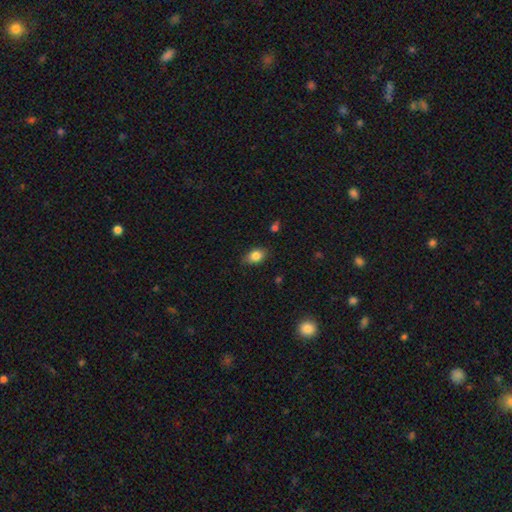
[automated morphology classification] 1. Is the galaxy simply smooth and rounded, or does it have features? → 85% smooth, 9% star or artifact, 7% featured or disk.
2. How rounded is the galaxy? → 79% in between, 19% round, 2% cigar-shaped.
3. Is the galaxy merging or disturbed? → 80% none, 16% minor disturbance, 3% major disturbance, 1% merger.